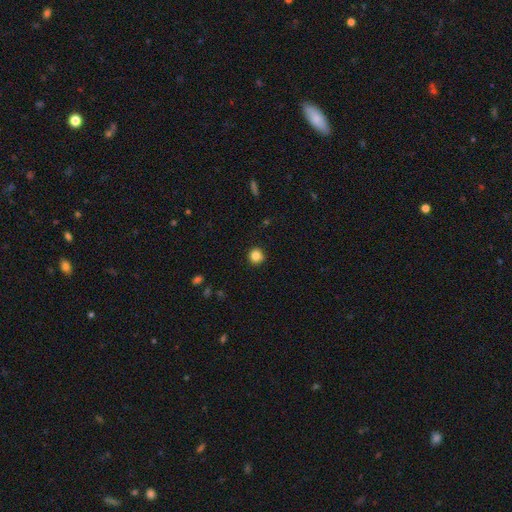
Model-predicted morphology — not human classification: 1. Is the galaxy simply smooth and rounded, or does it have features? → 85% smooth, 11% star or artifact, 5% featured or disk.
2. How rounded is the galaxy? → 94% round, 5% in between, 1% cigar-shaped.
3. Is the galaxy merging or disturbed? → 91% none, 6% minor disturbance, 2% major disturbance, 1% merger.